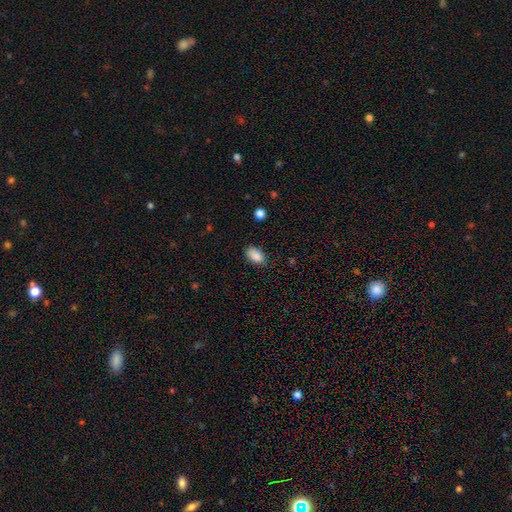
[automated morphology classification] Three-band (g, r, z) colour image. It shows a smooth galaxy with no disk features (88%) that is in between round and cigar-shaped (90%). Merging: none (79%).